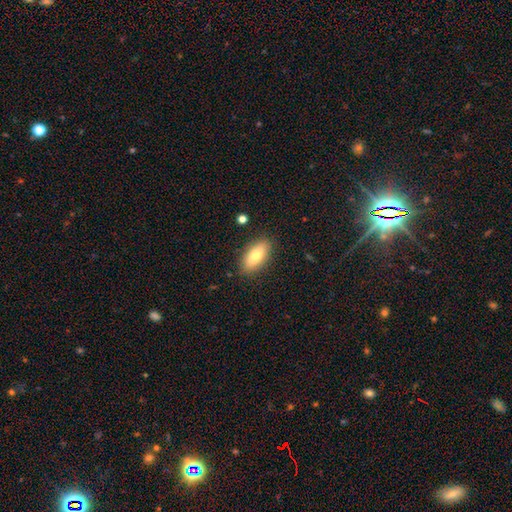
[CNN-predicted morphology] The model was most divided on "smooth or featured": smooth: 76%, featured or disk: 17%, star or artifact: 7%. More confident: merging — none (86%); how rounded — in between (83%).